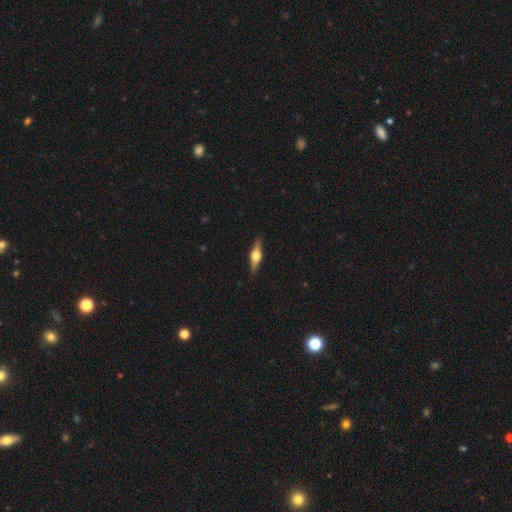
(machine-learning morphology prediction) Smooth or featured? Predicted: featured or disk (p=0.70). Edge-on disk? Predicted: yes (p=0.97). Edge-on bulge? Predicted: rounded (p=0.95). Merging? Predicted: none (p=0.90).